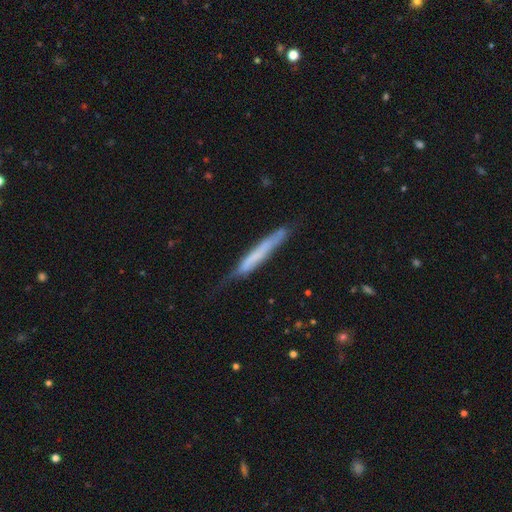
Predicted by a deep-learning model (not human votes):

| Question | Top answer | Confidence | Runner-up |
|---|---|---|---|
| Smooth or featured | smooth | 53% | featured or disk (40%) |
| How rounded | cigar-shaped | 95% | in between (3%) |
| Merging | none | 58% | minor disturbance (31%) |